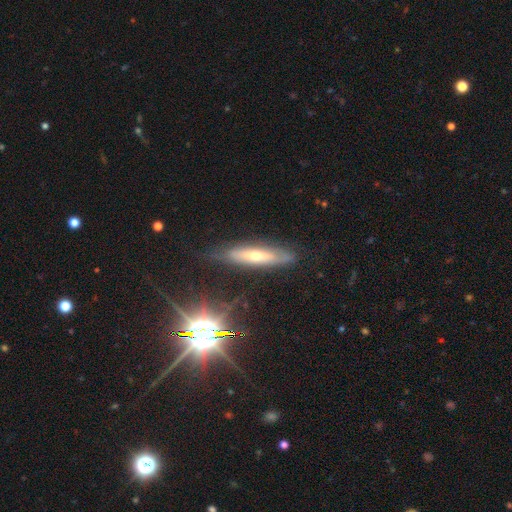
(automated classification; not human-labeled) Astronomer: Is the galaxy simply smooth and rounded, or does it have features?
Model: featured or disk — 52%.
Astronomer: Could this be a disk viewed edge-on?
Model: yes — 74%.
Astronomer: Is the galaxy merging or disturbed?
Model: none — 80%.